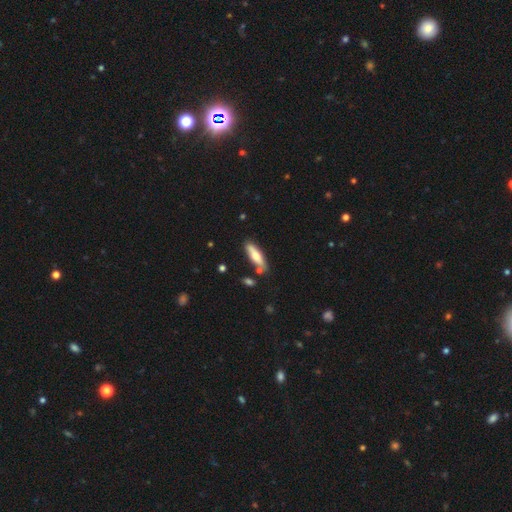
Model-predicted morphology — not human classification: Q: Smooth or featured?
A: smooth (61%); runner-up: featured or disk (34%)
Q: How rounded?
A: cigar-shaped (63%); runner-up: in between (35%)
Q: Merging?
A: none (79%); runner-up: minor disturbance (13%)